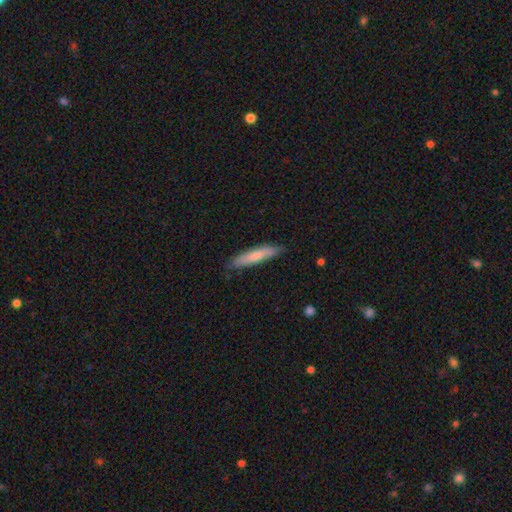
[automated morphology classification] Smooth or featured? smooth (72%)
How rounded? cigar-shaped (88%)
Merging? none (83%)